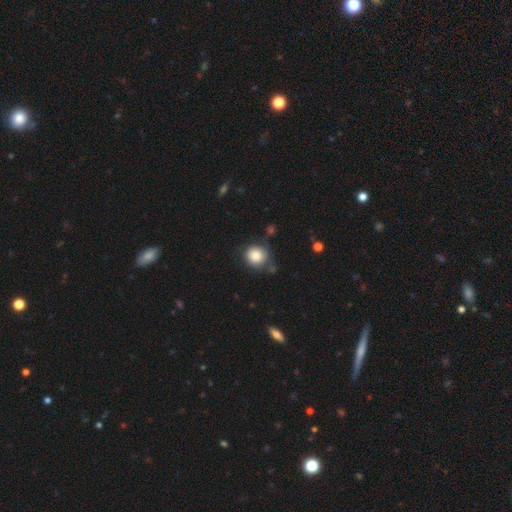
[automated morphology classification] Smooth or featured? smooth (86%)
How rounded? round (90%)
Merging? none (72%)